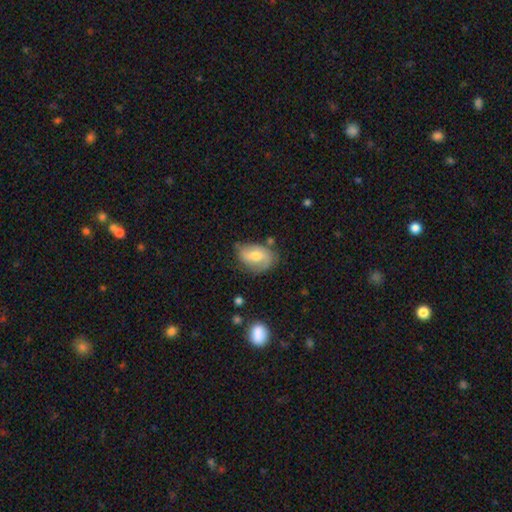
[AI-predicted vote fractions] A smooth galaxy with no disk features (51%) that is in between round and cigar-shaped (83%). Merging: none (59%).